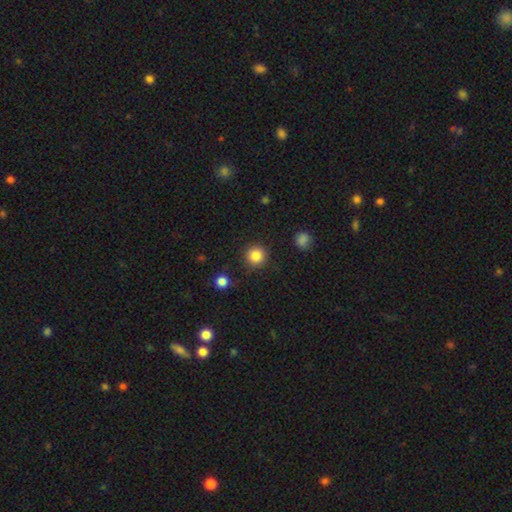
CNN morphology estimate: Smooth or featured?
  - smooth: 86% *
  - star or artifact: 10%
  - featured or disk: 4%
How rounded?
  - round: 95% *
  - in between: 4%
  - cigar-shaped: 1%
Merging?
  - none: 88% *
  - minor disturbance: 7%
  - major disturbance: 3%
  - merger: 2%